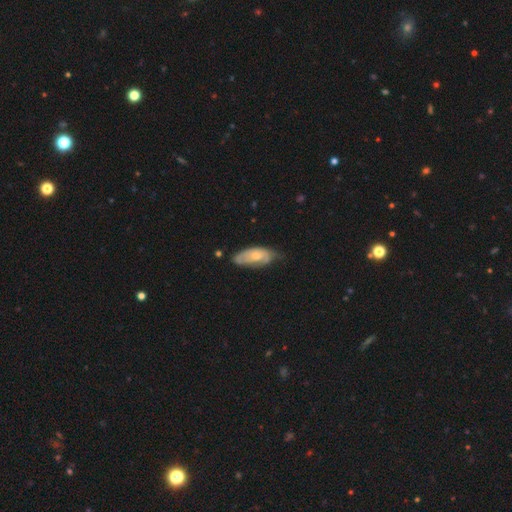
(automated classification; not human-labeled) Smooth or featured? Predicted: smooth (p=0.49). Merging? Predicted: none (p=0.48).